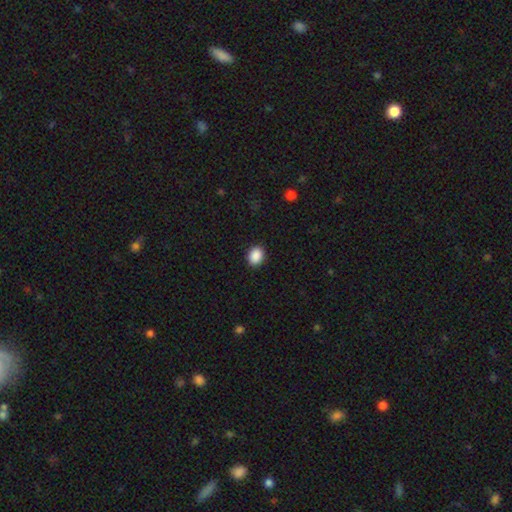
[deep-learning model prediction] smooth_or_featured: smooth (p=0.89) [alt: star or artifact p=0.08]
how_rounded: round (p=0.51) [alt: in between p=0.49]
merging: none (p=0.91) [alt: minor disturbance p=0.07]